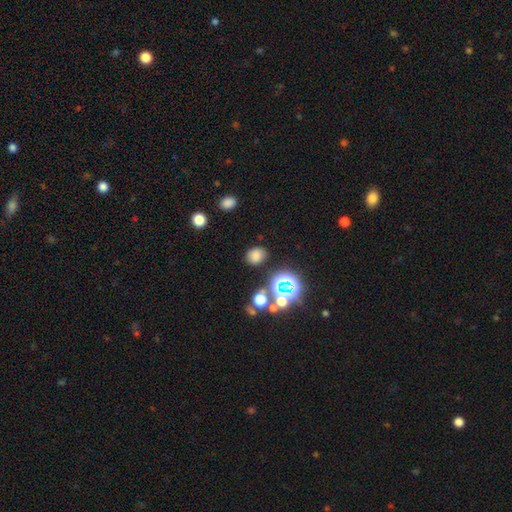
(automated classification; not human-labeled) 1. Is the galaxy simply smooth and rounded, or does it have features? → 73% smooth, 21% star or artifact, 7% featured or disk.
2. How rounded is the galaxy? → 56% round, 43% in between, 1% cigar-shaped.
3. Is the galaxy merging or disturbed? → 80% none, 11% minor disturbance, 4% merger, 4% major disturbance.